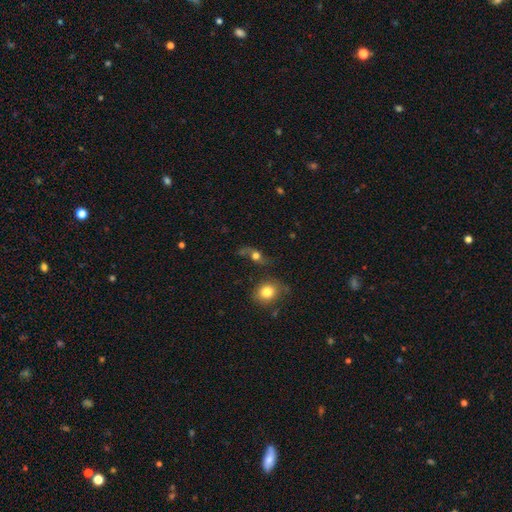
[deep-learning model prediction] Overall: smooth (50%; featured or disk 35%). Merging: none (47%; major disturbance 20%).